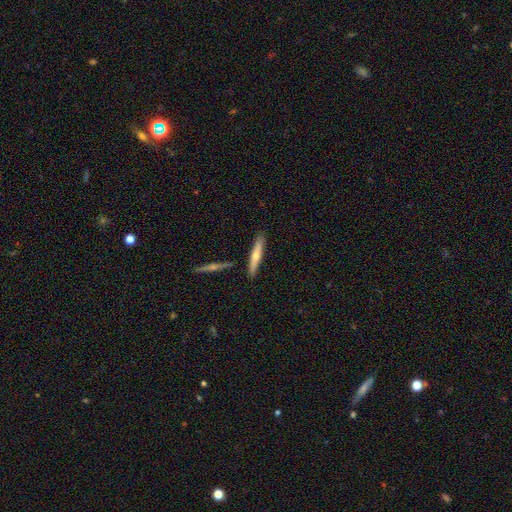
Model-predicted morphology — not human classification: Smooth or featured? featured or disk (54%)
Edge-on disk? yes (93%)
Edge-on bulge? rounded (82%)
Merging? none (84%)